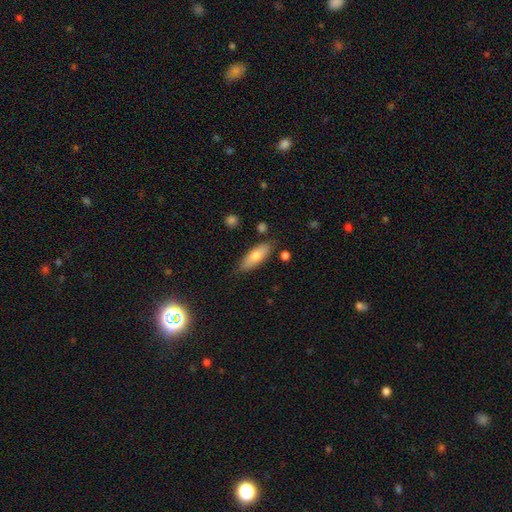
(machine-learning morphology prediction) The model was most divided on "how rounded": in between: 68%, cigar-shaped: 29%, round: 2%. More confident: merging — none (79%); smooth or featured — smooth (74%).